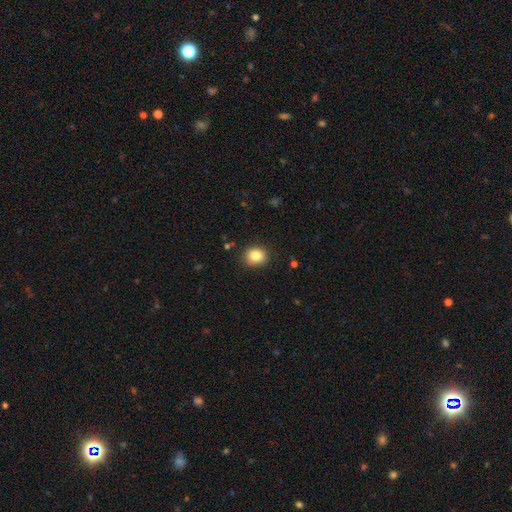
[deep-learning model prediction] Q: Smooth or featured?
A: smooth (85%); runner-up: star or artifact (10%)
Q: How rounded?
A: round (66%); runner-up: in between (34%)
Q: Merging?
A: none (86%); runner-up: minor disturbance (10%)